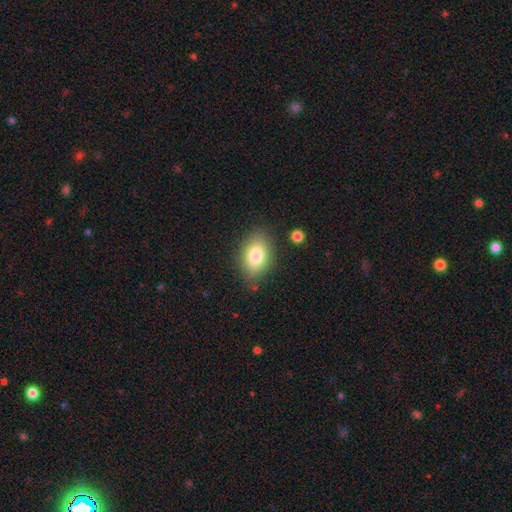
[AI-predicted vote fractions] The model was most divided on "merging": none: 80%, minor disturbance: 14%, major disturbance: 4%, merger: 2%. More confident: how rounded — in between (86%); smooth or featured — smooth (81%).